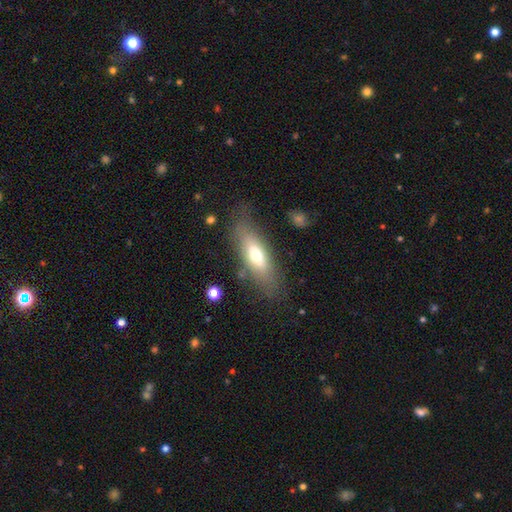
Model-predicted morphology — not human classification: smooth-or-featured: smooth: 59% | featured or disk: 33% | star or artifact: 8%
  how-rounded: in between: 59% | cigar-shaped: 38% | round: 3%
  merging: none: 71% | minor disturbance: 17% | major disturbance: 8% | merger: 3%